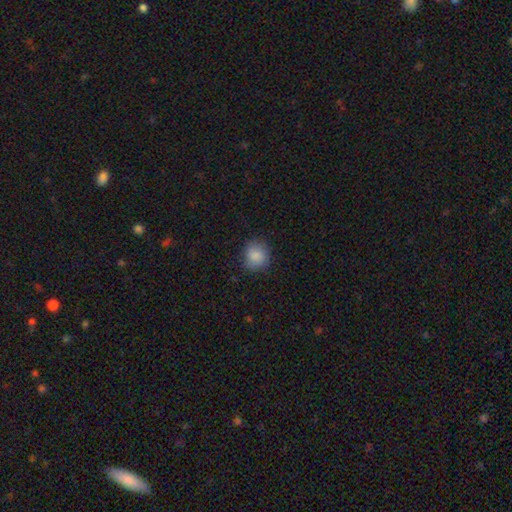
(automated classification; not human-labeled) This appears to be a smooth galaxy with no disk features (86%) that is round (82%). Merging: none (78%).